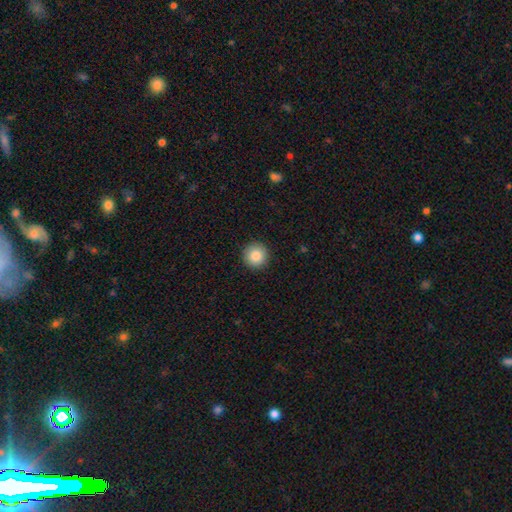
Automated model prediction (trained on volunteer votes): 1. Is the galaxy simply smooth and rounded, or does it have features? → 86% smooth, 9% star or artifact, 5% featured or disk.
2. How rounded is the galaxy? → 95% round, 4% in between, 1% cigar-shaped.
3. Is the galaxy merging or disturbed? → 92% none, 5% minor disturbance, 2% major disturbance, 1% merger.